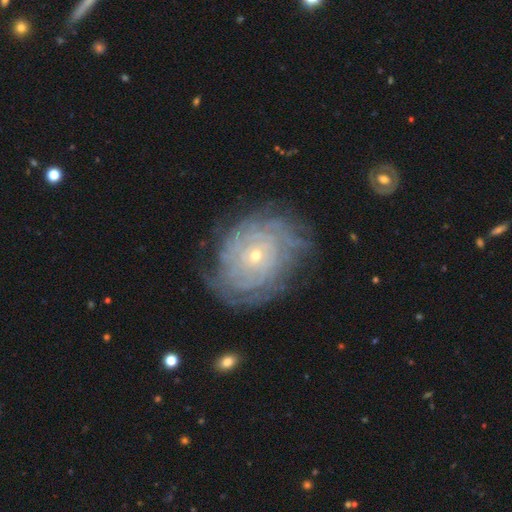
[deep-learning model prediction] A featured or disk galaxy (85%) with no bar (80%), tight (84%) spiral arms (94%) and a small central bulge (74%). Merging: none (73%).